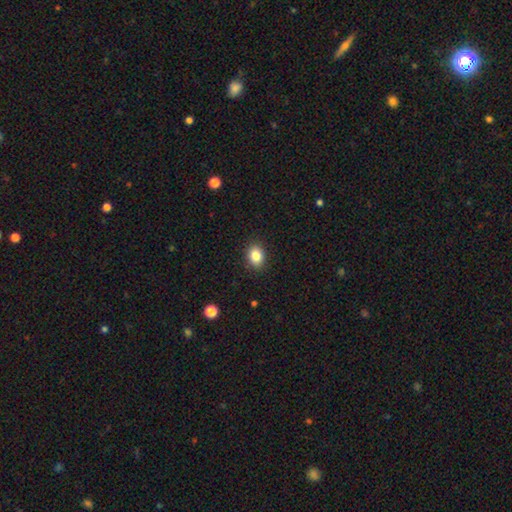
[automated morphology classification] This appears to be a smooth galaxy with no disk features (84%) that is in between round and cigar-shaped (61%). Merging: none (89%).